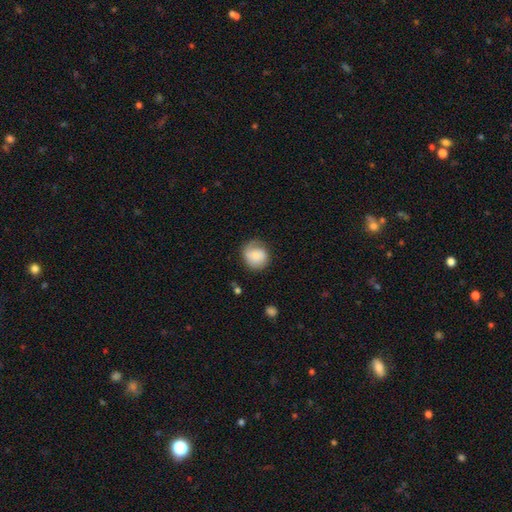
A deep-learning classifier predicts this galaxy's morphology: This is likely a smooth galaxy (63%). How rounded: clearly round (82%). Merging: likely none (62%).